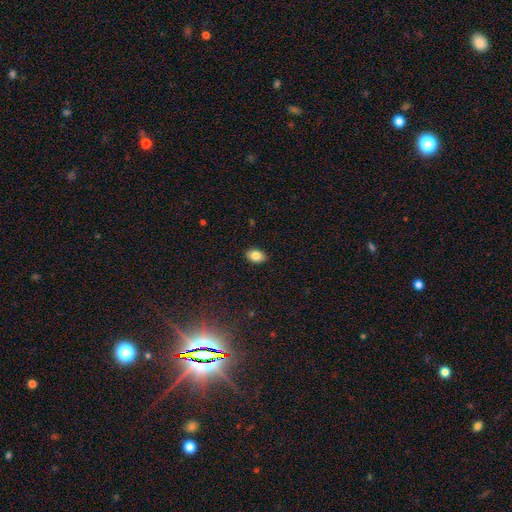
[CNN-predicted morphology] The model was most divided on "how rounded": in between: 85%, round: 13%, cigar-shaped: 1%. More confident: merging — none (89%); smooth or featured — smooth (83%).